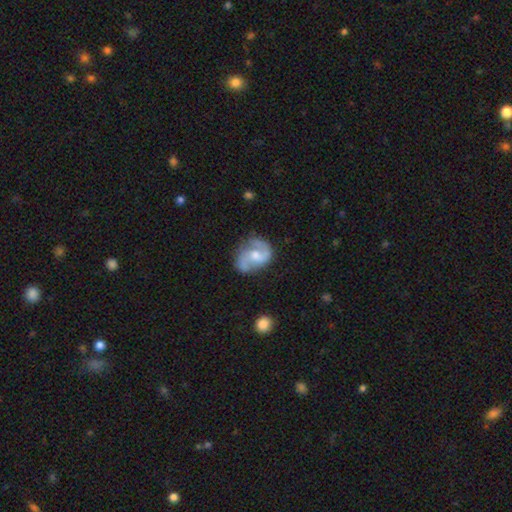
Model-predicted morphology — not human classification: type=featured or disk (81%); edge-on=no (98%); bar=no (48%); spiral arms=yes (94%); winding=medium (52%); arm count=2 (89%); bulge=moderate (58%); merging=none (65%).